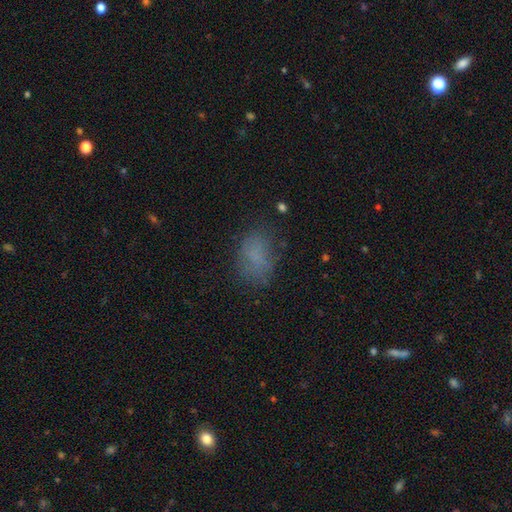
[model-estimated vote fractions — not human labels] Morphology: type=smooth (72%); roundness=in between (80%); merging=none (66%).